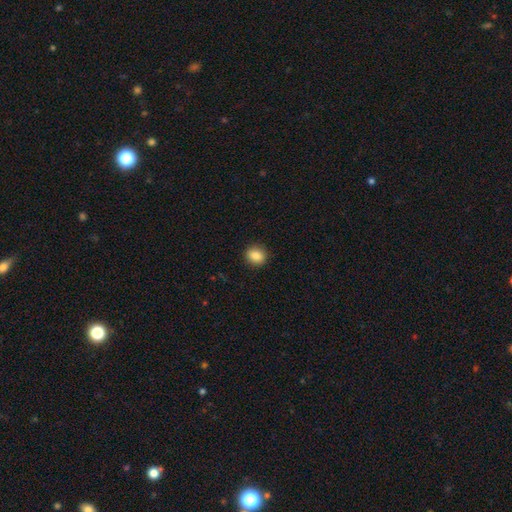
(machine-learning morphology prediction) smooth_or_featured: smooth (p=0.87) [alt: star or artifact p=0.09]
how_rounded: round (p=0.74) [alt: in between p=0.25]
merging: none (p=0.90) [alt: minor disturbance p=0.07]